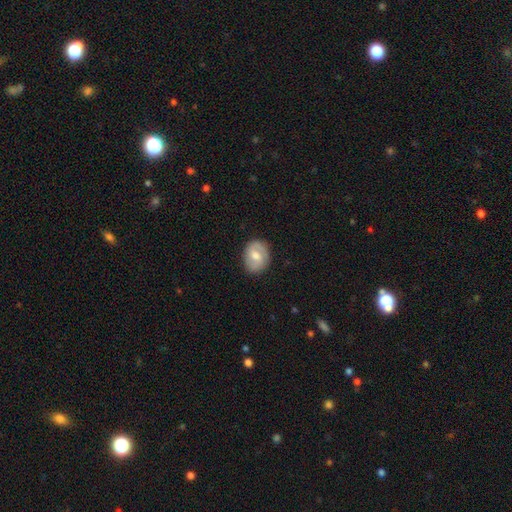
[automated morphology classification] smooth_or_featured: smooth (p=0.54) [alt: featured or disk p=0.40]
how_rounded: in between (p=0.58) [alt: round p=0.41]
merging: none (p=0.83) [alt: minor disturbance p=0.13]